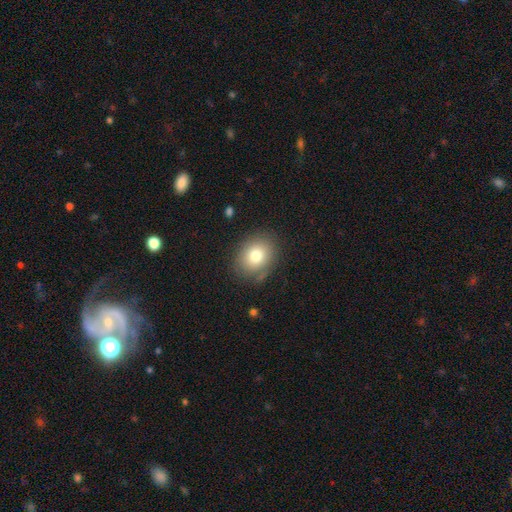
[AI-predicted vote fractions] Q: Smooth or featured?
A: smooth (77%); runner-up: featured or disk (12%)
Q: How rounded?
A: round (53%); runner-up: in between (46%)
Q: Merging?
A: none (81%); runner-up: minor disturbance (13%)